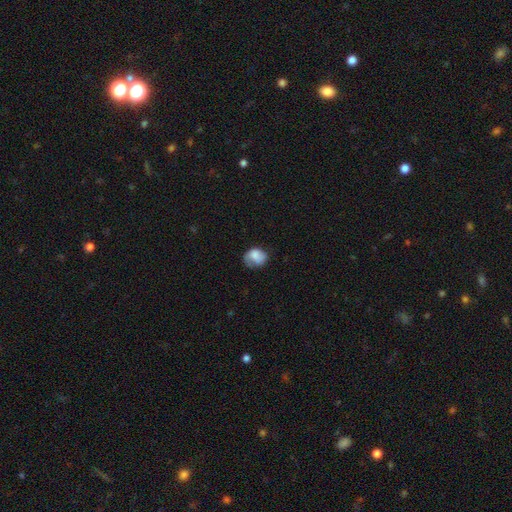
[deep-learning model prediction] smooth-or-featured: smooth: 72% | featured or disk: 20% | star or artifact: 8%
  how-rounded: round: 54% | in between: 45% | cigar-shaped: 1%
  merging: none: 43% | minor disturbance: 34% | major disturbance: 21% | merger: 2%